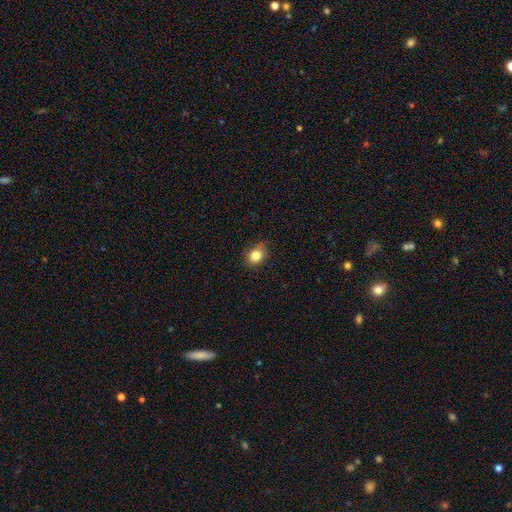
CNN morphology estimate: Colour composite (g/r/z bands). It shows a smooth galaxy with no disk features (83%) that is round (53%). Merging: none (83%).